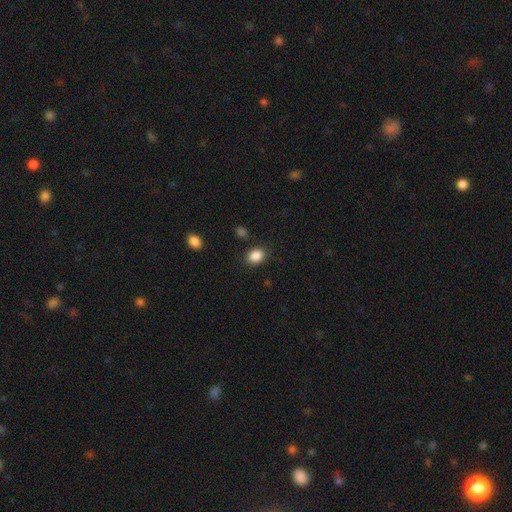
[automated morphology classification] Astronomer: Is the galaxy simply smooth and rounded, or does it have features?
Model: smooth — 87%.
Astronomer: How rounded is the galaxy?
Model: in between — 56% (runner-up: round, 43%).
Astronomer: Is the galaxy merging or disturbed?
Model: none — 85%.